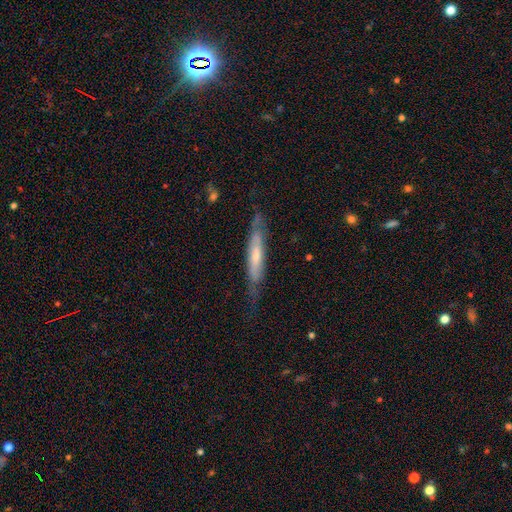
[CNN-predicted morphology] A featured or disk galaxy (58%) viewed edge-on (68%). Merging: none (65%).